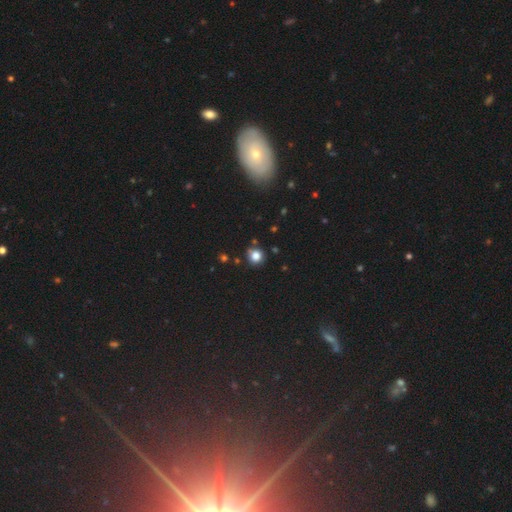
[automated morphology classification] smooth_or_featured: smooth (p=0.81) [alt: star or artifact p=0.14]
how_rounded: round (p=0.90) [alt: in between p=0.09]
merging: none (p=0.82) [alt: minor disturbance p=0.11]